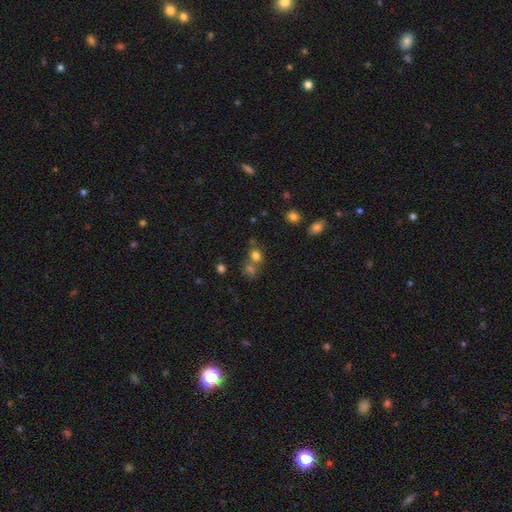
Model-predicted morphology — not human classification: A smooth galaxy with no disk features (74%) that is round (71%).

Vote fractions:
- Smooth or featured? smooth: 74% / star or artifact: 17% / featured or disk: 8%
- How rounded? round: 71% / in between: 27% / cigar-shaped: 1%
- Merging? none: 49% / merger: 38% / minor disturbance: 9% / major disturbance: 4%